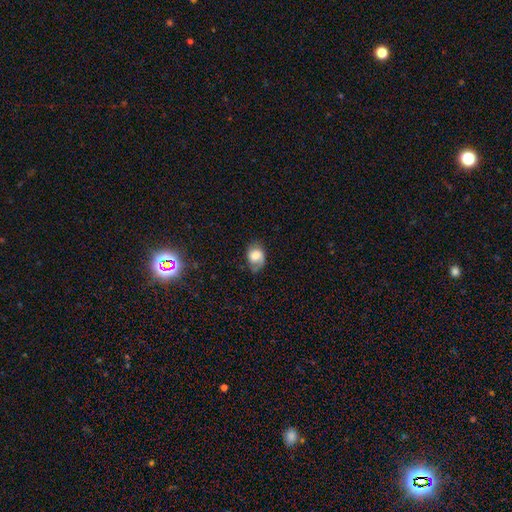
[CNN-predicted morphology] This is possibly a smooth galaxy (55%). How rounded: likely in between (66%). Merging: possibly none (51%).